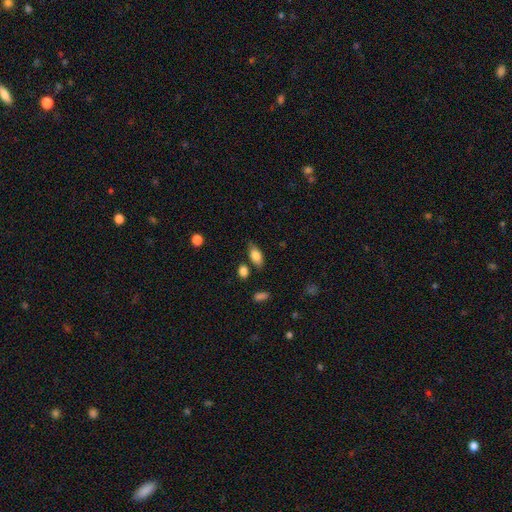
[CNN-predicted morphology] Overall: smooth (80%). How rounded: in between (86%). Merging: none (71%).